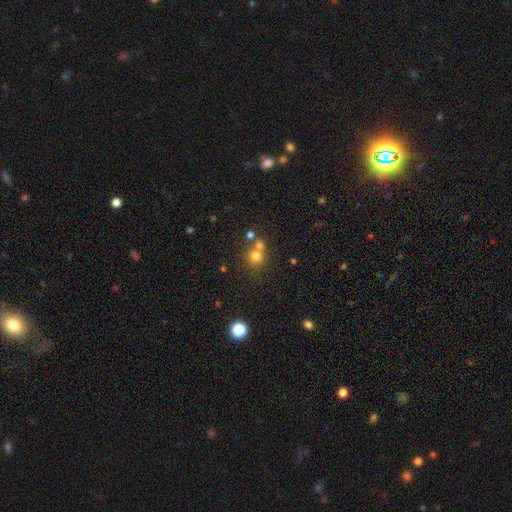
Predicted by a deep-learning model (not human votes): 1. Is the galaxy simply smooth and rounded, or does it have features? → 72% smooth, 17% star or artifact, 11% featured or disk.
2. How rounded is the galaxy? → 88% round, 11% in between, 1% cigar-shaped.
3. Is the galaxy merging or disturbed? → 53% none, 36% merger, 7% minor disturbance, 3% major disturbance.